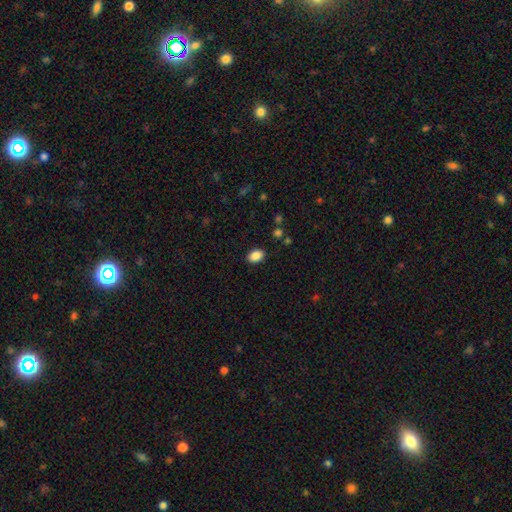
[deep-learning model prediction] Morphology: type=smooth (88%); roundness=in between (84%); merging=none (88%).